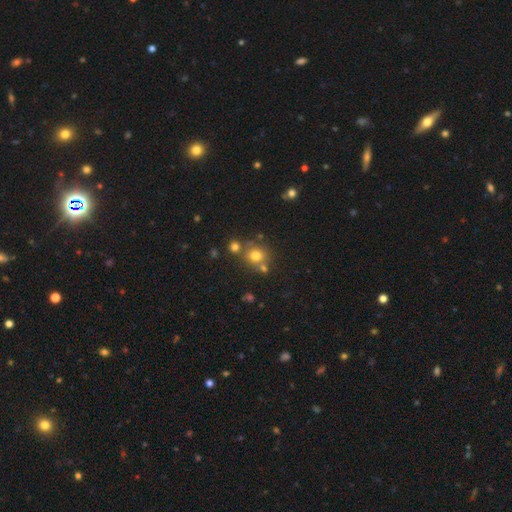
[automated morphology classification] This is likely a smooth galaxy (73%). How rounded: clearly round (83%). Merging: likely none (64%).